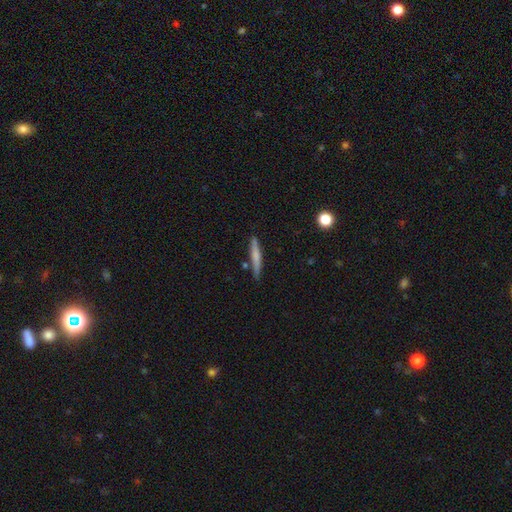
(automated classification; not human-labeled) This is likely a smooth galaxy (62%). How rounded: clearly cigar-shaped (93%). Merging: clearly none (82%).